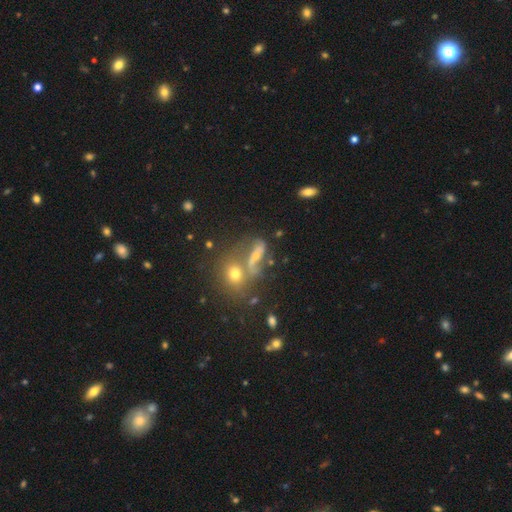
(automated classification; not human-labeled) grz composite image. It shows a smooth galaxy with no disk features (45%). Merging: none (39%).